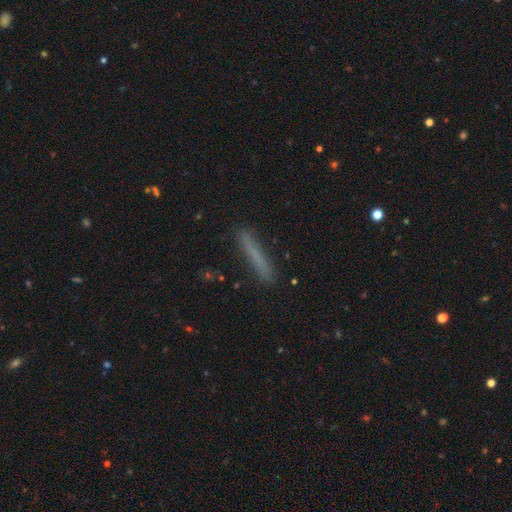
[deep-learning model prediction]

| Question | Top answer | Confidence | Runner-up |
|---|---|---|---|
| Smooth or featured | smooth | 72% | featured or disk (20%) |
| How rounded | cigar-shaped | 95% | in between (4%) |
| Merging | none | 88% | minor disturbance (9%) |